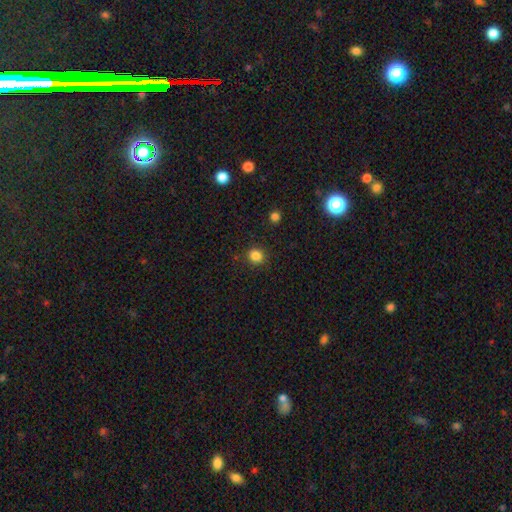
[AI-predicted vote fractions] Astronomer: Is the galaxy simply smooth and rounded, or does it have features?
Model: smooth — 83%.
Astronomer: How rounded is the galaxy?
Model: round — 87%.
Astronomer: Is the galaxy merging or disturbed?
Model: none — 89%.